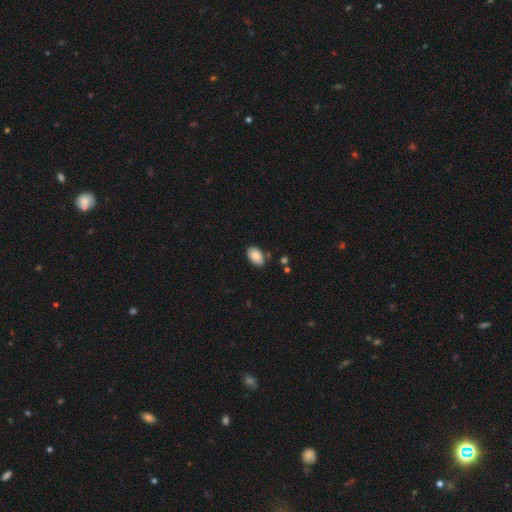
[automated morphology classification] The model was most divided on "merging": none: 80%, minor disturbance: 14%, merger: 3%, major disturbance: 3%. More confident: how rounded — in between (92%); smooth or featured — smooth (85%).